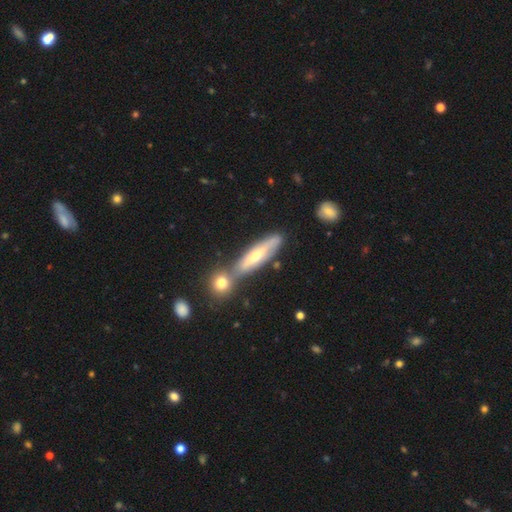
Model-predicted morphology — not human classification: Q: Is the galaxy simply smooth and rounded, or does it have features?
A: featured or disk — 55%.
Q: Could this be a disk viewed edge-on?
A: yes — 80%.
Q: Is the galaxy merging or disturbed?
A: none — 65%.